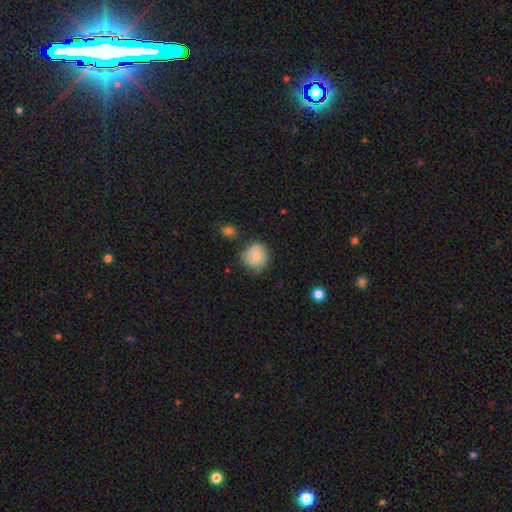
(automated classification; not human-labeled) Morphology: type=smooth (76%); roundness=round (83%); merging=none (63%).